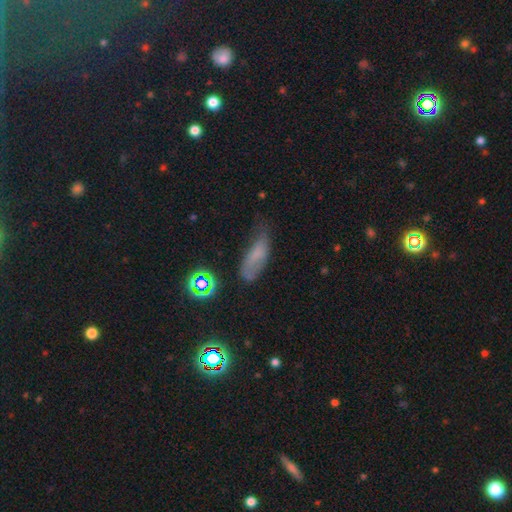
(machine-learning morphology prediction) The model was most divided on "merging": none: 42%, minor disturbance: 36%, major disturbance: 18%, merger: 4%. More confident: how rounded — in between (63%); smooth or featured — smooth (58%).